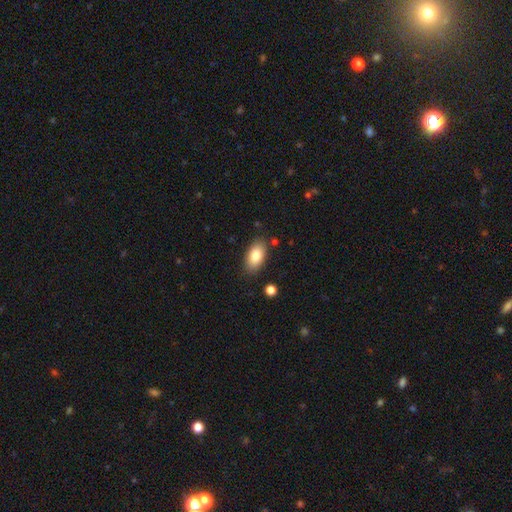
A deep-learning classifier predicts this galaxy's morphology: Smooth or featured? Predicted: smooth (p=0.82). How rounded? Predicted: in between (p=0.92). Merging? Predicted: none (p=0.84).